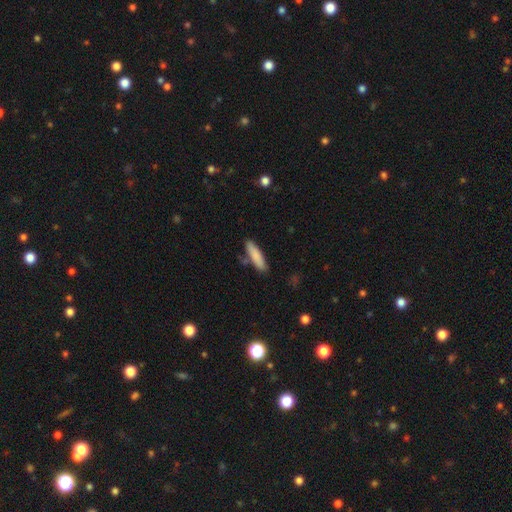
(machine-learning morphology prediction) This is clearly a smooth galaxy (85%). How rounded: likely cigar-shaped (66%). Merging: likely none (80%).